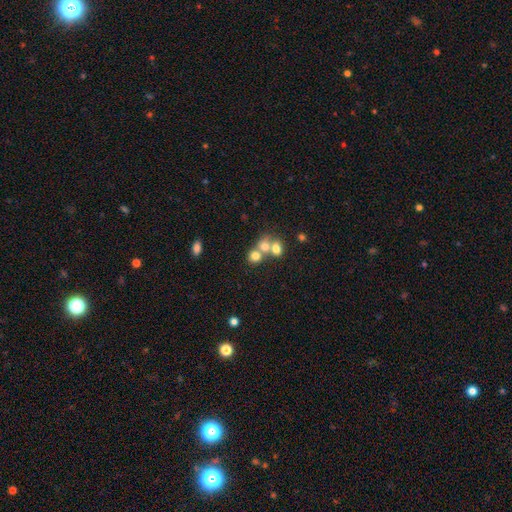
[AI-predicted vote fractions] Q: Smooth or featured?
A: smooth (70%); runner-up: featured or disk (16%)
Q: How rounded?
A: round (73%); runner-up: in between (26%)
Q: Merging?
A: merger (55%); runner-up: none (34%)